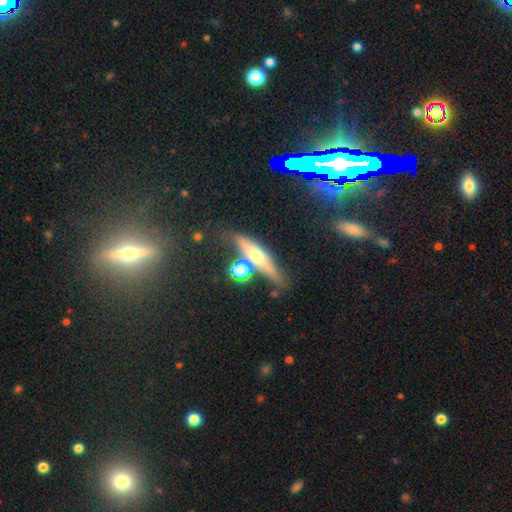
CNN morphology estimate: Smooth or featured?
  - featured or disk: 47% *
  - smooth: 38%
  - star or artifact: 15%
Merging?
  - none: 67% *
  - minor disturbance: 15%
  - merger: 13%
  - major disturbance: 5%